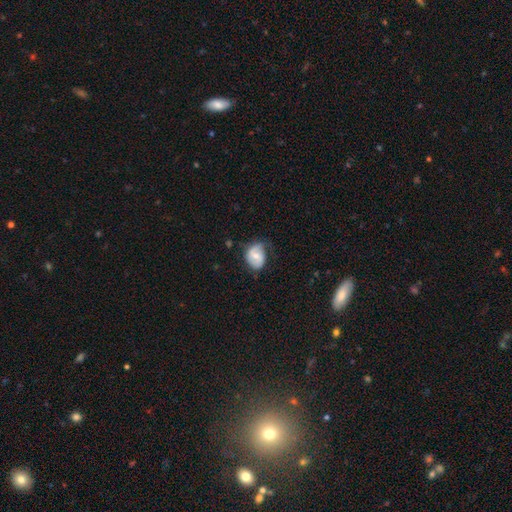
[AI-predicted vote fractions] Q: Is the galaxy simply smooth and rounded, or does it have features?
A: smooth — 48%.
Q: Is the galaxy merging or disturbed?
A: none — 45%.